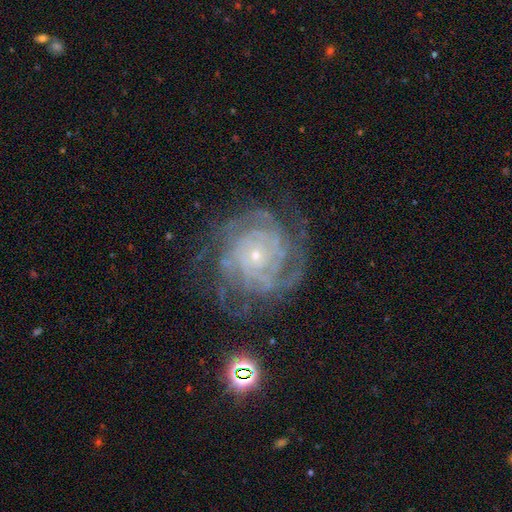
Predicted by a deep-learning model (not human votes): The model was most divided on "spiral arm count": can't tell: 29%, 4: 23%, 3: 17%, 2: 13%, more than 4: 12%, 1: 7%. More confident: edge-on disk — no (97%); spiral arms — yes (97%); smooth or featured — featured or disk (87%); bulge size — small (84%); bar — no (79%); spiral winding — tight (76%); merging — none (69%).